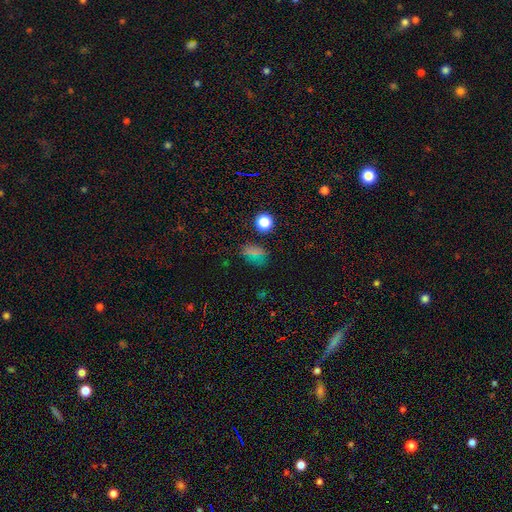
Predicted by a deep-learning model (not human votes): smooth_or_featured: smooth (p=0.59) [alt: star or artifact p=0.33]
how_rounded: in between (p=0.62) [alt: round p=0.33]
merging: none (p=0.80) [alt: minor disturbance p=0.12]